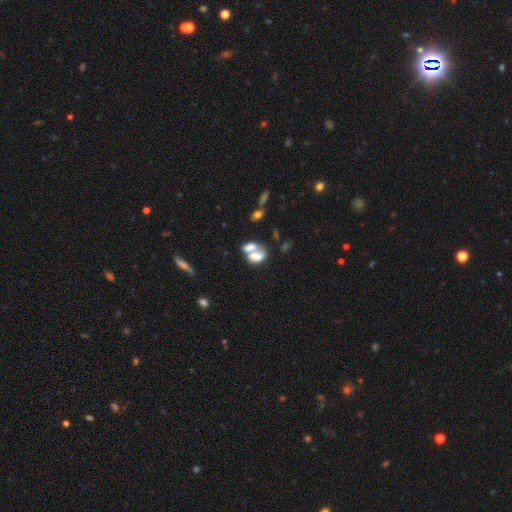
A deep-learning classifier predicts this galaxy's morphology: type=smooth (62%); roundness=in between (82%); merging=merger (62%).